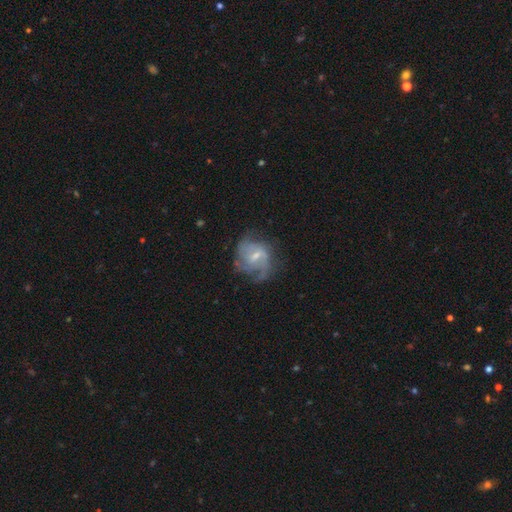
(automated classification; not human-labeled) A featured or disk galaxy (79%) with a weak bar (59%), 2 (30%) medium (46%) spiral arms (91%) and a small central bulge (53%).

Vote fractions:
- Smooth or featured? featured or disk: 79% / smooth: 14% / star or artifact: 7%
- Edge-on disk? no: 98% / yes: 2%
- Bar? weak: 59% / no: 28% / strong: 13%
- Spiral arms? yes: 91% / no: 9%
- Spiral winding? medium: 46% / tight: 28% / loose: 27%
- Spiral arm count? 2: 30% / can't tell: 26% / 3: 24% / 1: 8% / 4: 7% / more than 4: 4%
- Bulge size? small: 53% / moderate: 38% / none: 6% / large: 2% / dominant: 1%
- Merging? none: 53% / minor disturbance: 23% / major disturbance: 21% / merger: 2%